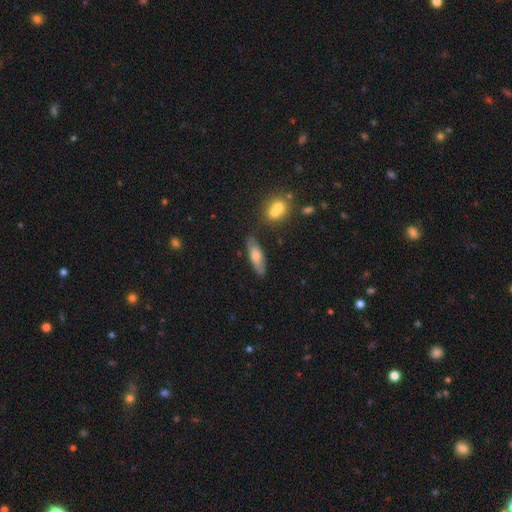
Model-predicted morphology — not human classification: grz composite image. It shows a smooth galaxy with no disk features (63%) that is cigar-shaped (50%). Merging: none (78%).